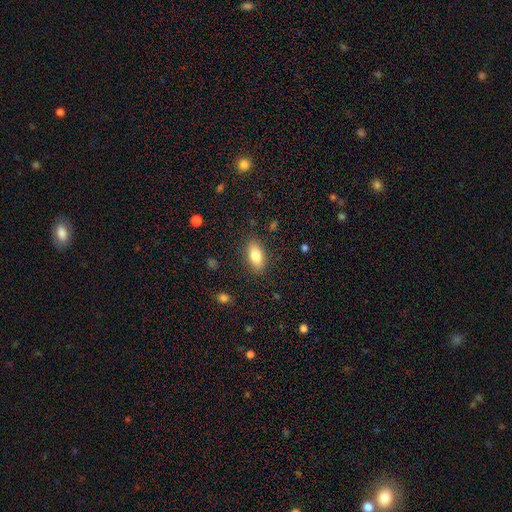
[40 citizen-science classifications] Volunteers were most divided on "how rounded": in between: 72%, cigar-shaped: 25%, round: 3%. More confident: smooth or featured — smooth (90%); merging — none (86%).